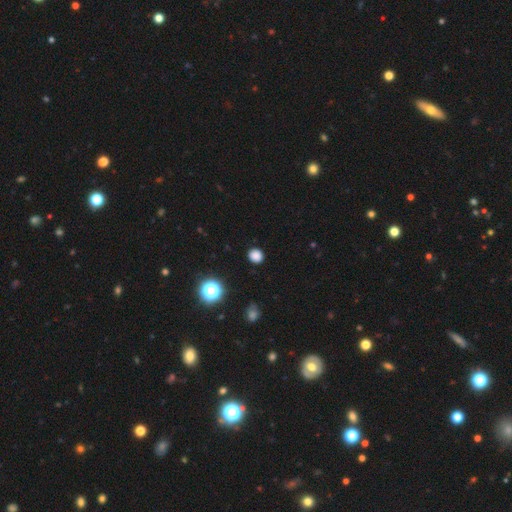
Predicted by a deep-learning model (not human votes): A smooth galaxy with no disk features (82%) that is round (82%).

Vote fractions:
- Smooth or featured? smooth: 82% / star or artifact: 15% / featured or disk: 3%
- How rounded? round: 82% / in between: 17% / cigar-shaped: 1%
- Merging? none: 90% / minor disturbance: 7% / major disturbance: 2% / merger: 1%